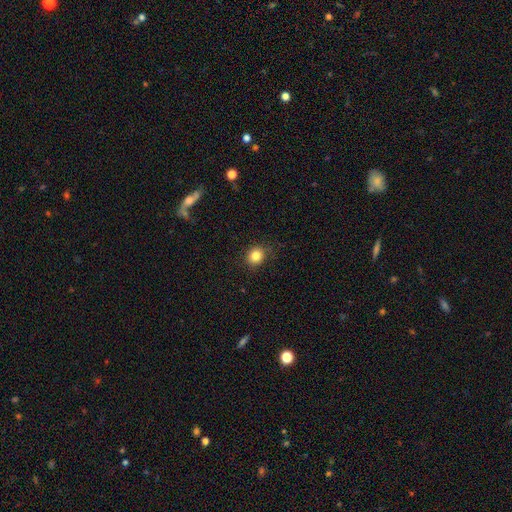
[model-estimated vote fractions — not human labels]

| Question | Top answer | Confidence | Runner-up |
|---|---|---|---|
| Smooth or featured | smooth | 83% | star or artifact (11%) |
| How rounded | round | 77% | in between (22%) |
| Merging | none | 83% | minor disturbance (12%) |